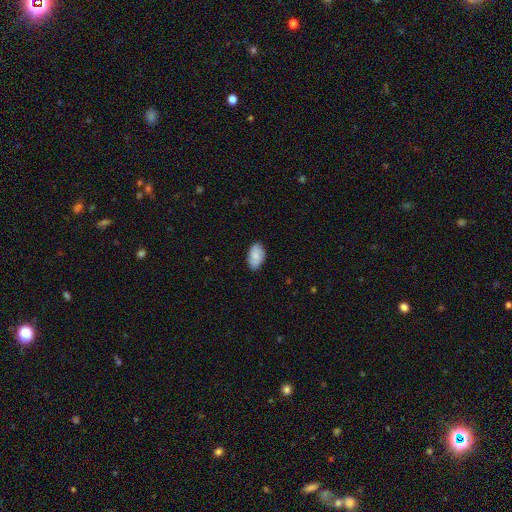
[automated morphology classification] A smooth galaxy with no disk features (86%) that is in between round and cigar-shaped (94%).

Vote fractions:
- Smooth or featured? smooth: 86% / featured or disk: 8% / star or artifact: 6%
- How rounded? in between: 94% / round: 4% / cigar-shaped: 1%
- Merging? none: 84% / minor disturbance: 13% / major disturbance: 2% / merger: 1%